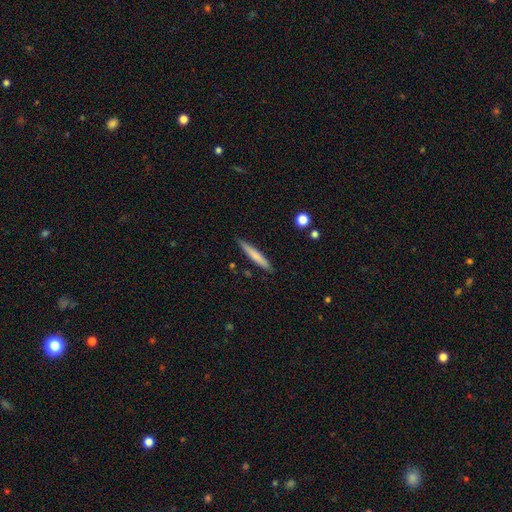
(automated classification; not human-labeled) This appears to be a smooth galaxy with no disk features (72%) that is cigar-shaped (94%). Merging: none (87%).